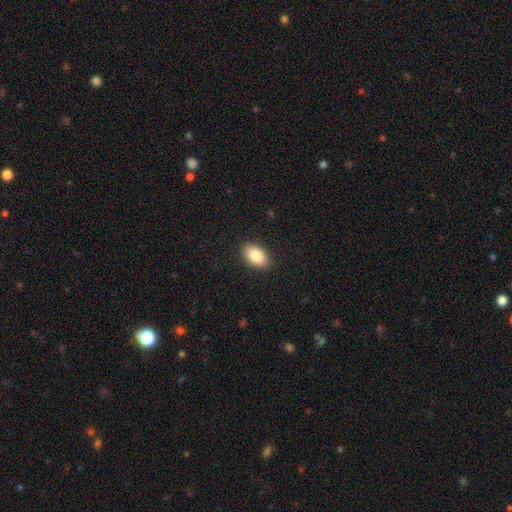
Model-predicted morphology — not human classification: Smooth or featured? smooth (85%)
How rounded? in between (93%)
Merging? none (89%)